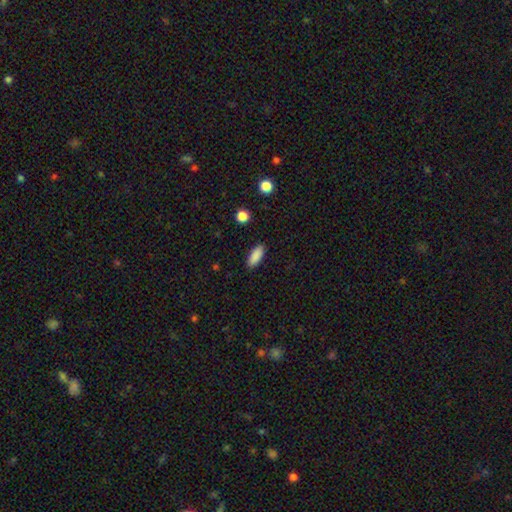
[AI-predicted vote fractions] Smooth or featured? Predicted: smooth (p=0.88). How rounded? Predicted: in between (p=0.77). Merging? Predicted: none (p=0.88).